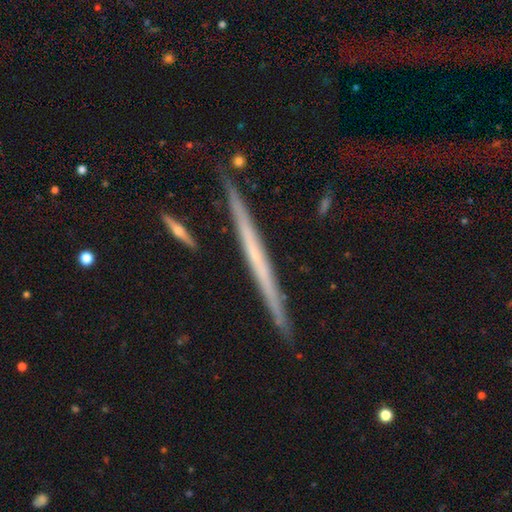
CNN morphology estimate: Smooth or featured? Predicted: featured or disk (p=0.65). Edge-on disk? Predicted: yes (p=0.97). Edge-on bulge? Predicted: none (p=0.87). Merging? Predicted: none (p=0.88).